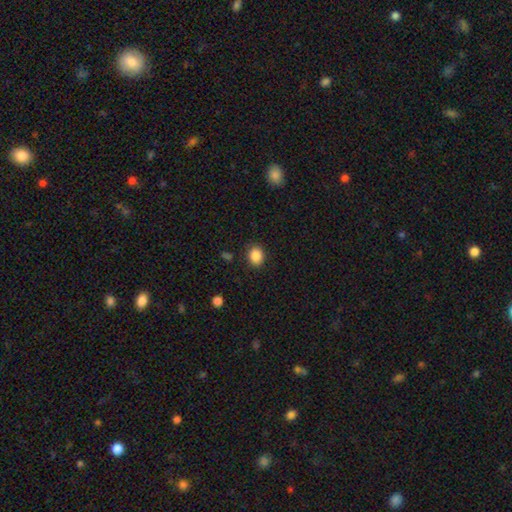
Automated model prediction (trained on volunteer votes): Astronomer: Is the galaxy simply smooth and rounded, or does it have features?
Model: smooth — 87%.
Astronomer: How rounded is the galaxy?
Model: round — 55% (runner-up: in between, 44%).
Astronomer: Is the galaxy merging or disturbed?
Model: none — 87%.